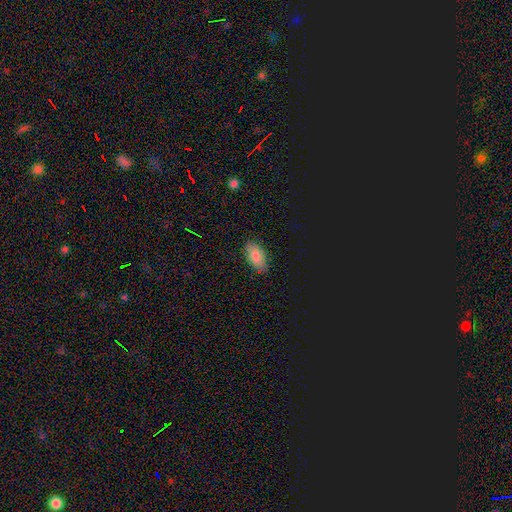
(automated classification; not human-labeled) Smooth or featured? Predicted: smooth (p=0.82). How rounded? Predicted: in between (p=0.91). Merging? Predicted: none (p=0.84).